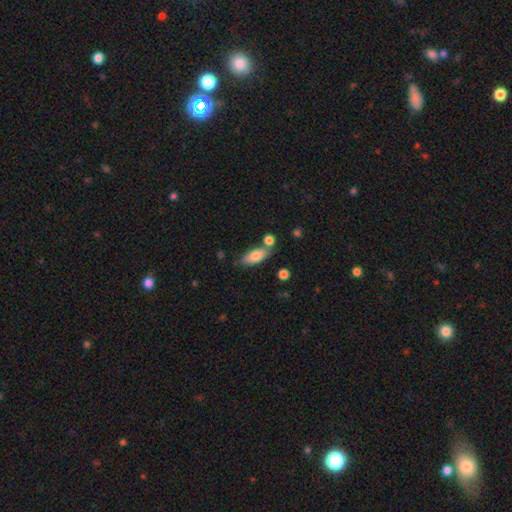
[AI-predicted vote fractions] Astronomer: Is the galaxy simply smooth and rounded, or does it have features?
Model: smooth — 80%.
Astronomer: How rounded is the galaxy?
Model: in between — 77%.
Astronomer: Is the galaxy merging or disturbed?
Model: none — 62%.